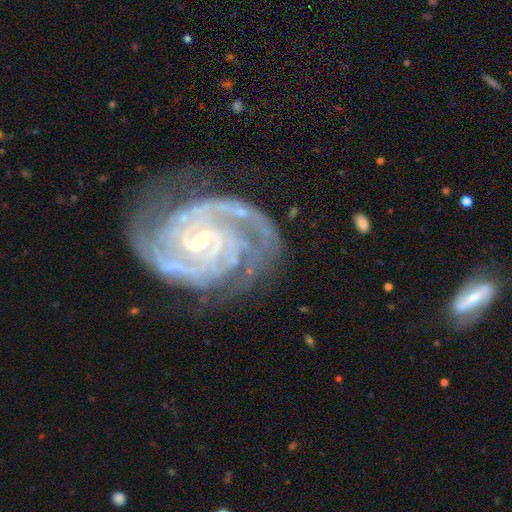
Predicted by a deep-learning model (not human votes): A featured or disk galaxy (92%) with no bar (56%), 3 (32%) tight (69%) spiral arms (99%) and a small central bulge (74%). Merging: none (74%).